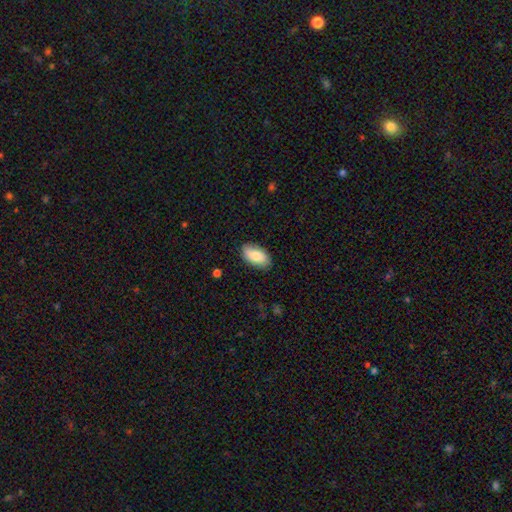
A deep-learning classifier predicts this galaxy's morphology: This is likely a smooth galaxy (78%). How rounded: clearly in between (94%). Merging: clearly none (84%).